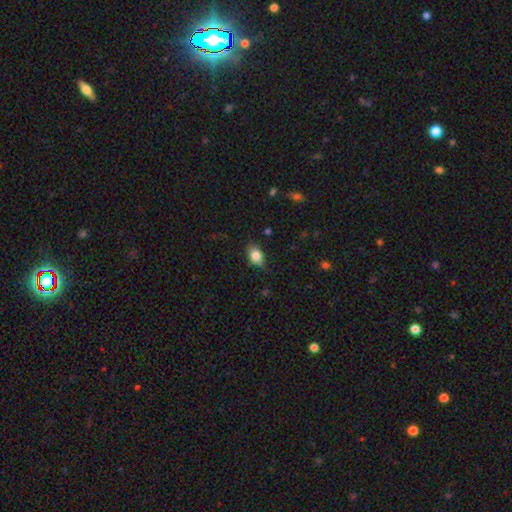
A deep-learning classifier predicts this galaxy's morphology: The model was most divided on "merging": none: 73%, minor disturbance: 22%, major disturbance: 4%, merger: 1%. More confident: smooth or featured — smooth (79%); how rounded — in between (77%).